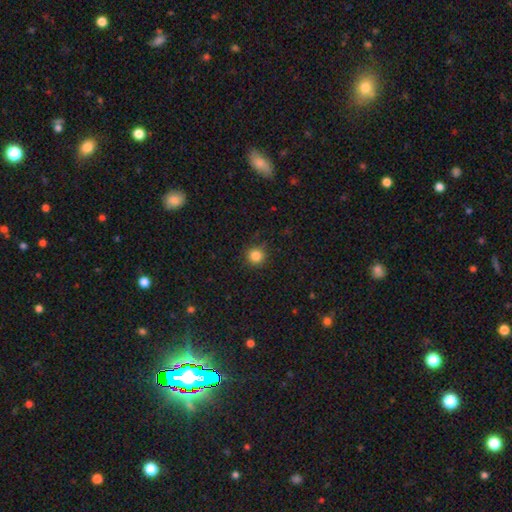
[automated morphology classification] Smooth or featured? Predicted: smooth (p=0.84). How rounded? Predicted: round (p=0.94). Merging? Predicted: none (p=0.89).